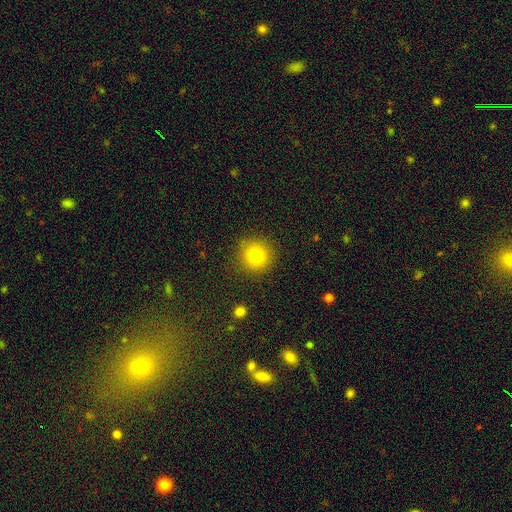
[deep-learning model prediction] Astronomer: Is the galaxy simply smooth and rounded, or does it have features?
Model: smooth — 80%.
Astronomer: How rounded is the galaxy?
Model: round — 93%.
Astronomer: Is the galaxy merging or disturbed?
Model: none — 89%.